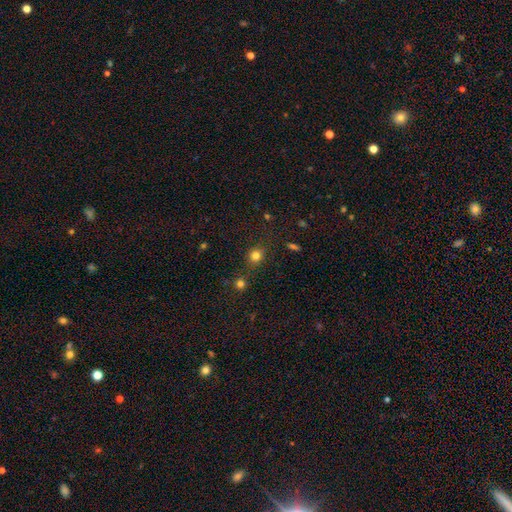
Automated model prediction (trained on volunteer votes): This appears to be a smooth galaxy with no disk features (79%) that is round (80%). Merging: none (77%).